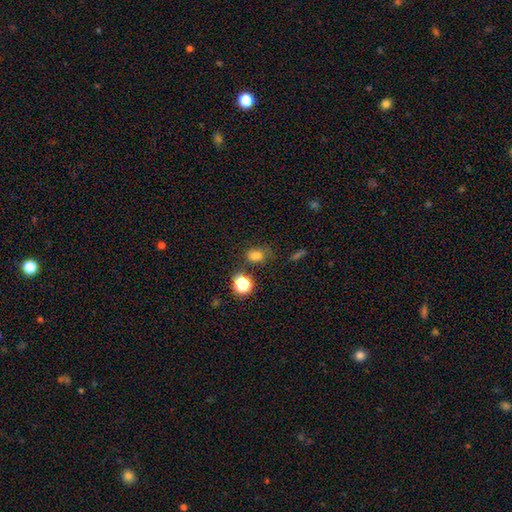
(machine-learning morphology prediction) A smooth galaxy with no disk features (73%) that is in between round and cigar-shaped (55%). Merging: none (60%).